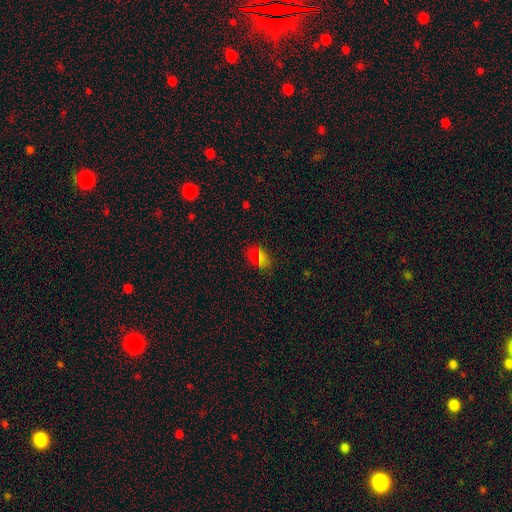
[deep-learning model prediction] Smooth or featured? smooth (57%)
How rounded? in between (78%)
Merging? none (70%)